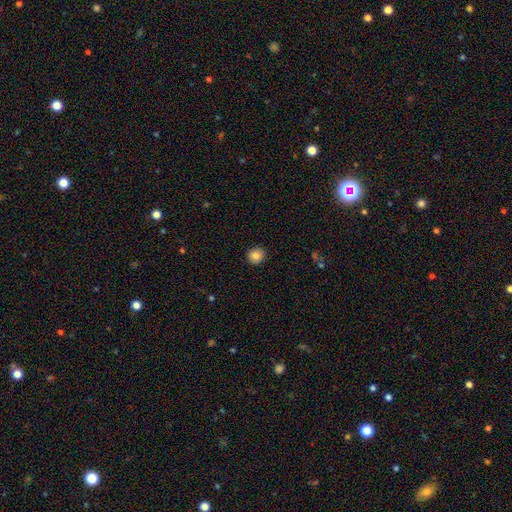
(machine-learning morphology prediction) Smooth or featured: smooth — 84% (star or artifact — 9%)
How rounded: round — 86% (in between — 13%)
Merging: none — 91% (minor disturbance — 7%)